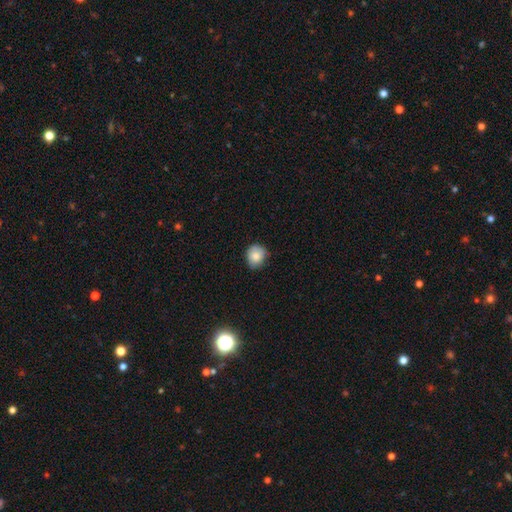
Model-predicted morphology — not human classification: The model was most divided on "how rounded": round: 75%, in between: 25%, cigar-shaped: 1%. More confident: smooth or featured — smooth (83%); merging — none (73%).